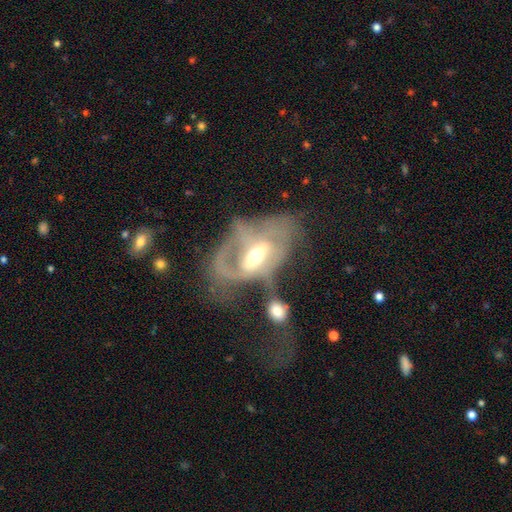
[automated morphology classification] type=featured or disk (76%); edge-on=no (93%); bar=weak (38%); spiral arms=yes (64%); bulge=moderate (65%); merging=merger (41%).